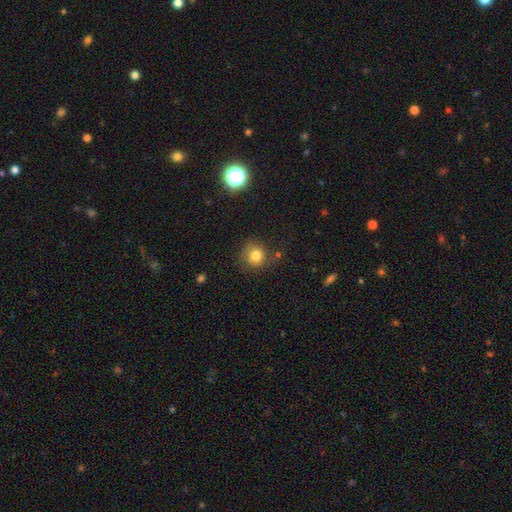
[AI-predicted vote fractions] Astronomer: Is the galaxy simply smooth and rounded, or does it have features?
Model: smooth — 79%.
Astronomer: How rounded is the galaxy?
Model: round — 88%.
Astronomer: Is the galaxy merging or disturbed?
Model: none — 73%.